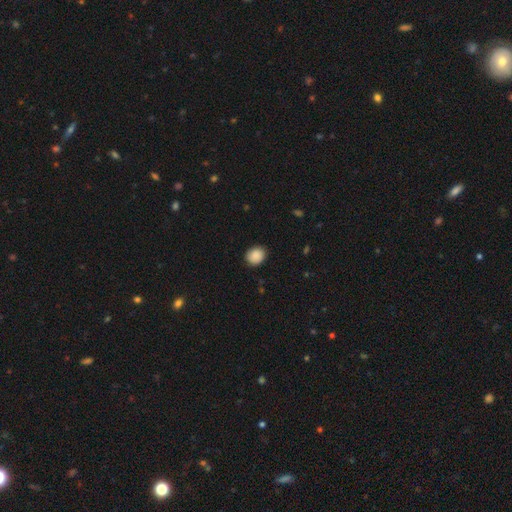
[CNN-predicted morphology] The model was most divided on "how rounded": round: 70%, in between: 29%, cigar-shaped: 1%. More confident: smooth or featured — smooth (89%); merging — none (87%).